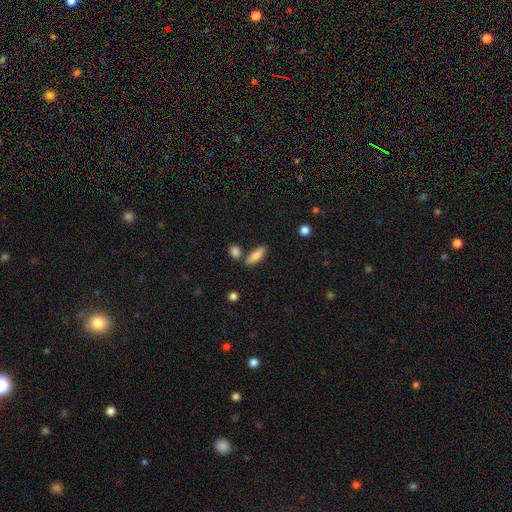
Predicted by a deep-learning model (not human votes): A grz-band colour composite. It shows a smooth galaxy with no disk features (85%) that is in between round and cigar-shaped (60%). Merging: none (71%).